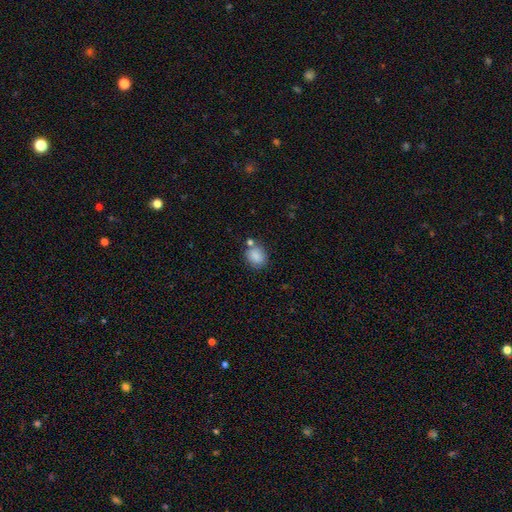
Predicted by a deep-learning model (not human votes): smooth 86%, star or artifact 8%, featured or disk 5%. Down the decision tree: how rounded — round (56%); merging — none (68%).